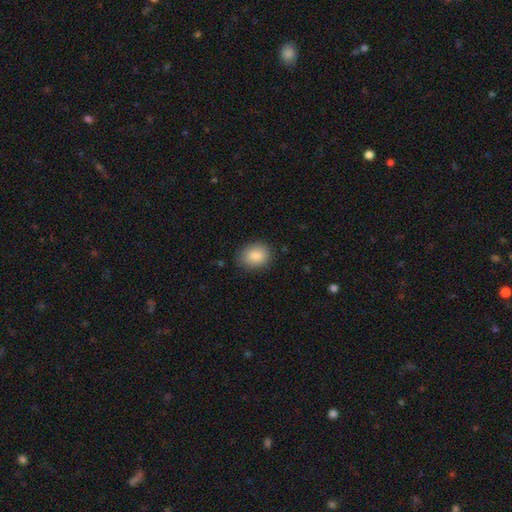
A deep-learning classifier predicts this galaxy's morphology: A smooth galaxy with no disk features (86%) that is round (51%). Merging: none (84%).